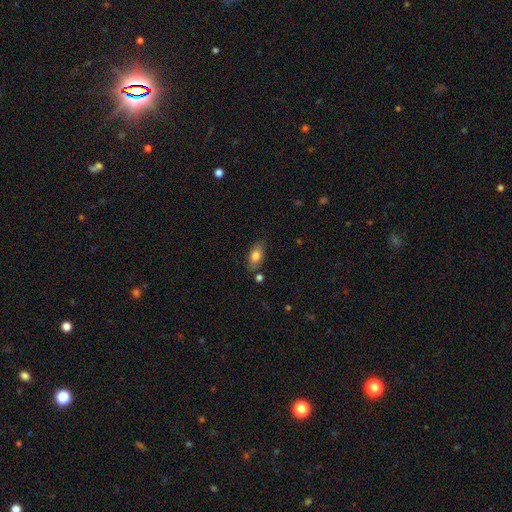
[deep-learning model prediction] Smooth or featured? smooth (78%)
How rounded? in between (88%)
Merging? none (78%)